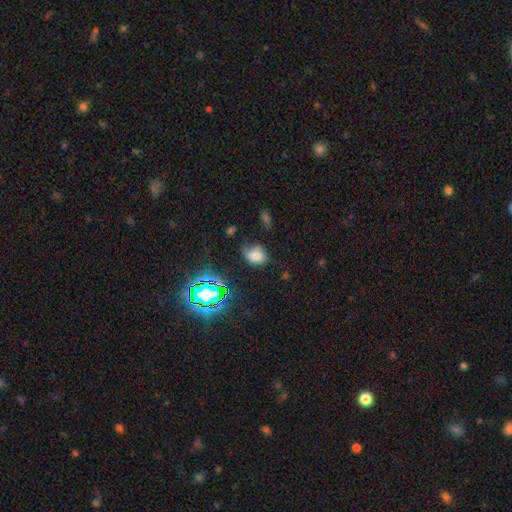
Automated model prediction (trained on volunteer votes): Q: Smooth or featured?
A: smooth (69%); runner-up: star or artifact (19%)
Q: How rounded?
A: in between (58%); runner-up: round (41%)
Q: Merging?
A: none (49%); runner-up: minor disturbance (32%)